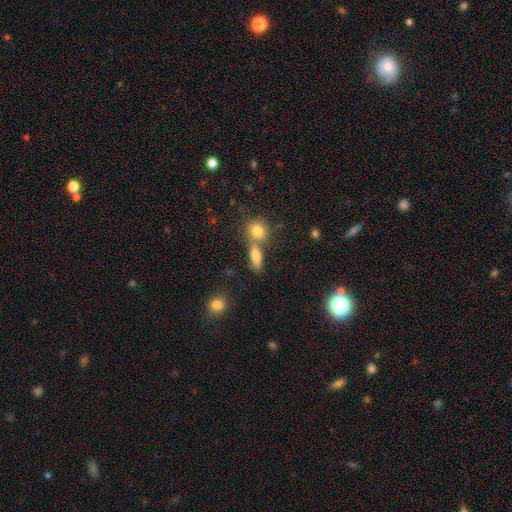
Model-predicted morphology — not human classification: Q: Smooth or featured?
A: smooth (76%); runner-up: featured or disk (14%)
Q: How rounded?
A: in between (55%); runner-up: cigar-shaped (29%)
Q: Merging?
A: none (50%); runner-up: merger (35%)